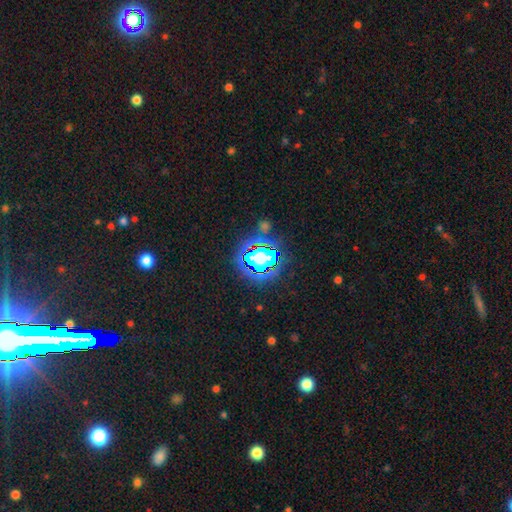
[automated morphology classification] Smooth or featured?
  - star or artifact: 82% *
  - smooth: 11%
  - featured or disk: 7%